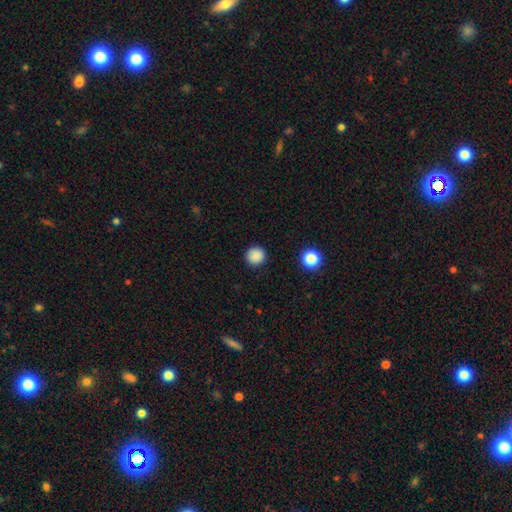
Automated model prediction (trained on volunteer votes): smooth 87%, star or artifact 10%, featured or disk 3%. Down the decision tree: how rounded — round (94%); merging — none (91%).